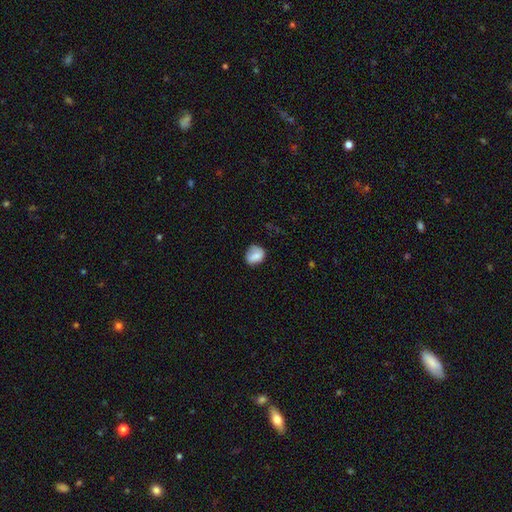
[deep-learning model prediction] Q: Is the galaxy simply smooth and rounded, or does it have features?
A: smooth — 80%.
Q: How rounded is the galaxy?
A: round — 61%.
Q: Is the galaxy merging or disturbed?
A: none — 60%.